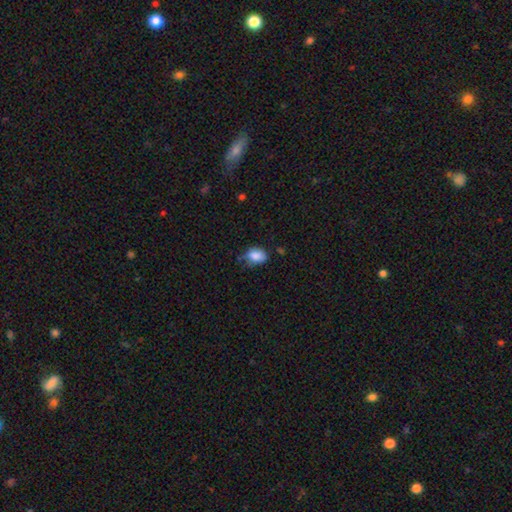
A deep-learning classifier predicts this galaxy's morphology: type=smooth (86%); roundness=in between (77%); merging=none (60%).